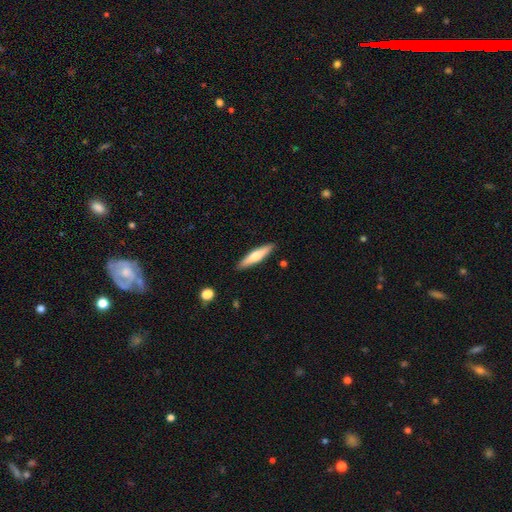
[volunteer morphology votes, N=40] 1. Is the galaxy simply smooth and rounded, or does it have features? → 52% smooth, 38% featured or disk, 10% star or artifact.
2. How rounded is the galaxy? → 90% cigar-shaped, 5% round, 5% in between.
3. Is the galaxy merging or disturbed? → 86% none, 8% minor disturbance, 3% major disturbance, 3% merger.